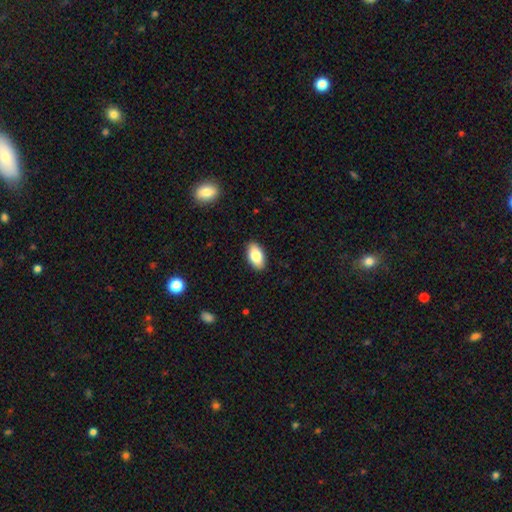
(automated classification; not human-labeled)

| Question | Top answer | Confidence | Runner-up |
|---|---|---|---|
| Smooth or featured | smooth | 83% | featured or disk (10%) |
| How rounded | in between | 94% | round (4%) |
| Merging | none | 89% | minor disturbance (8%) |